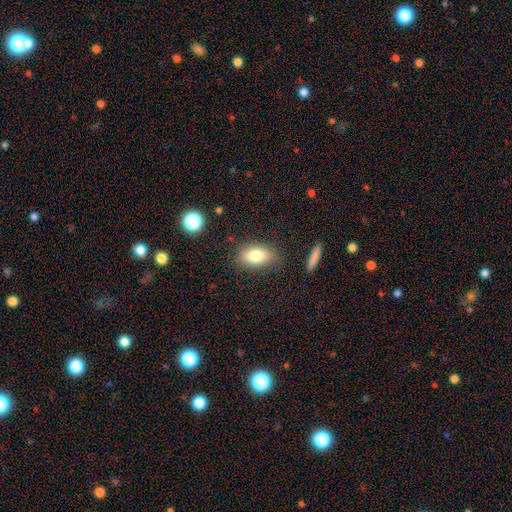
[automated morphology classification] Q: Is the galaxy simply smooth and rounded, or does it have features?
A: smooth — 79%.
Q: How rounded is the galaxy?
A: in between — 87%.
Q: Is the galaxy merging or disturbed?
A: none — 81%.